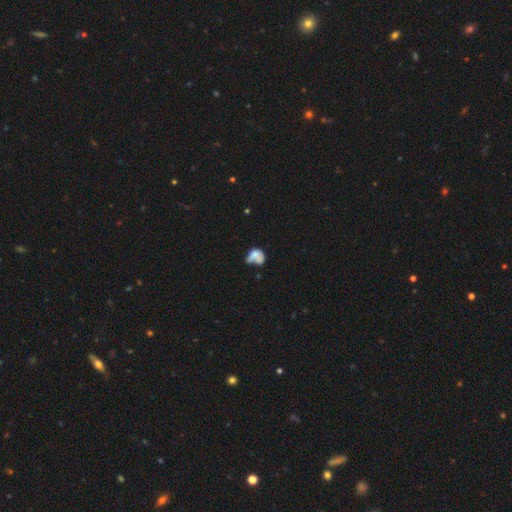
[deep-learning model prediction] smooth-or-featured: smooth: 60% | featured or disk: 29% | star or artifact: 11%
  how-rounded: in between: 63% | round: 35% | cigar-shaped: 2%
  merging: merger: 33% | major disturbance: 26% | none: 22% | minor disturbance: 19%